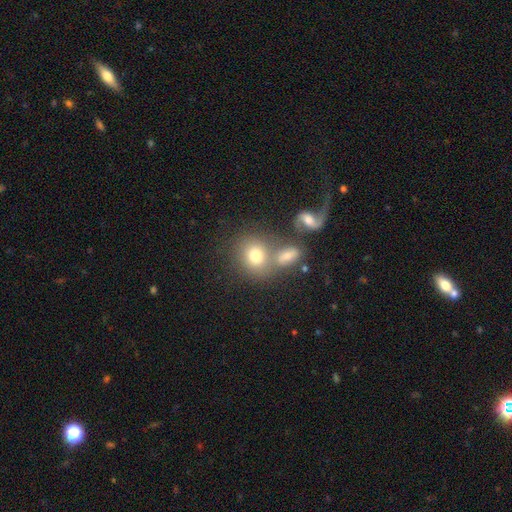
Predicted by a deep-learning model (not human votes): Smooth or featured? Predicted: smooth (p=0.73). How rounded? Predicted: round (p=0.70). Merging? Predicted: none (p=0.52).